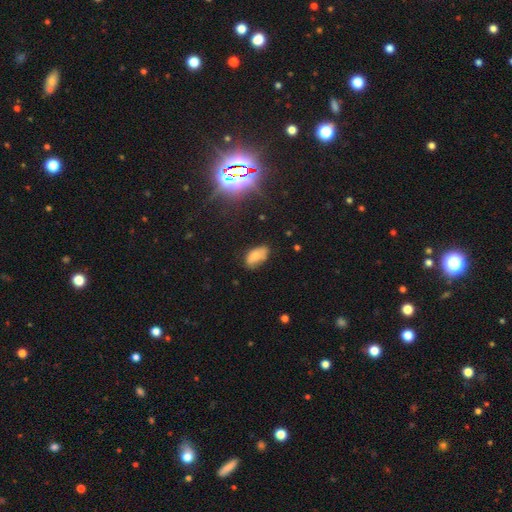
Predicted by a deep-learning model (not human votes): smooth_or_featured: smooth (p=0.75) [alt: featured or disk p=0.14]
how_rounded: in between (p=0.93) [alt: round p=0.04]
merging: none (p=0.63) [alt: minor disturbance p=0.28]